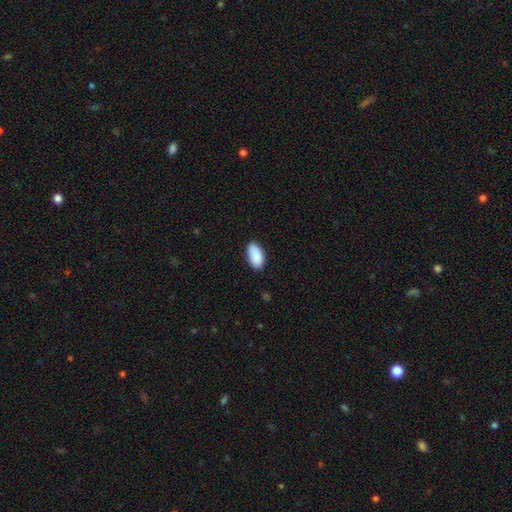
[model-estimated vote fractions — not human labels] Morphology: type=smooth (90%); roundness=in between (95%); merging=none (83%).